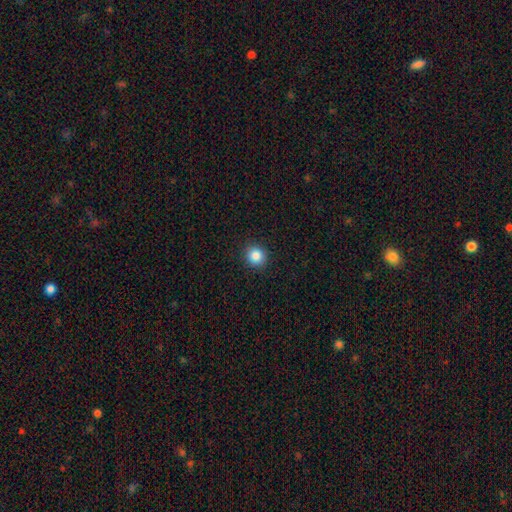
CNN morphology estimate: smooth-or-featured: smooth: 85% | star or artifact: 10% | featured or disk: 5%
  how-rounded: round: 87% | in between: 12% | cigar-shaped: 1%
  merging: none: 91% | minor disturbance: 6% | major disturbance: 2% | merger: 1%